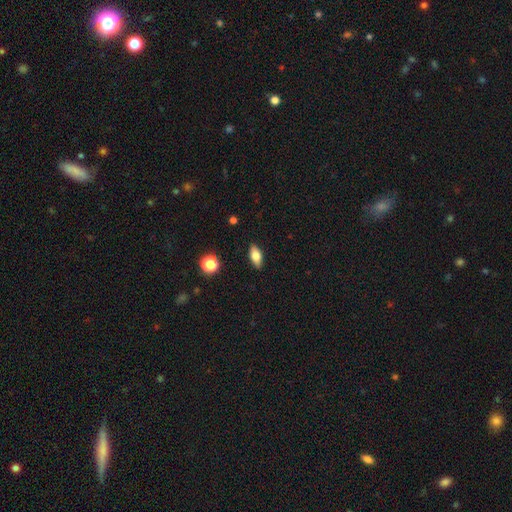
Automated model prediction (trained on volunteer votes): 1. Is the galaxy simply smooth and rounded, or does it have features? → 72% smooth, 20% featured or disk, 8% star or artifact.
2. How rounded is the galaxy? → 84% in between, 11% cigar-shaped, 5% round.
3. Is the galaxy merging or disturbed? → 88% none, 9% minor disturbance, 2% major disturbance, 1% merger.